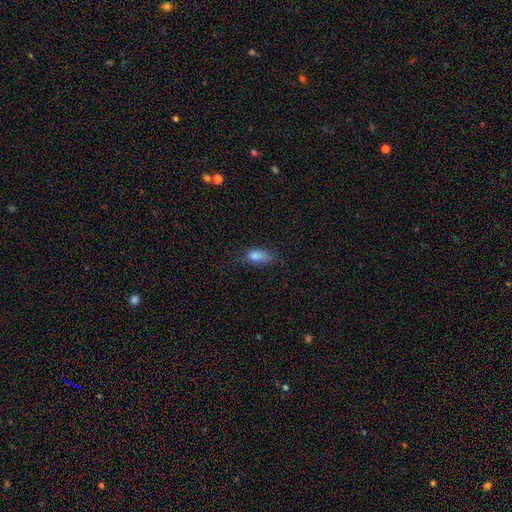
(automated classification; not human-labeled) Smooth or featured? Predicted: smooth (p=0.78). How rounded? Predicted: in between (p=0.80). Merging? Predicted: none (p=0.46).